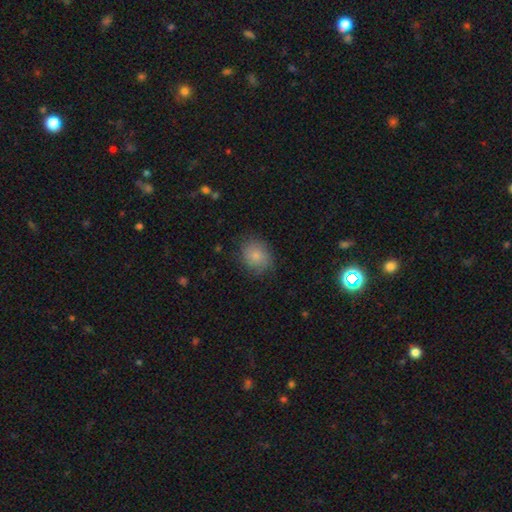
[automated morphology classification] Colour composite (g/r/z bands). It shows a smooth galaxy with no disk features (83%) that is round (56%). Merging: none (77%).